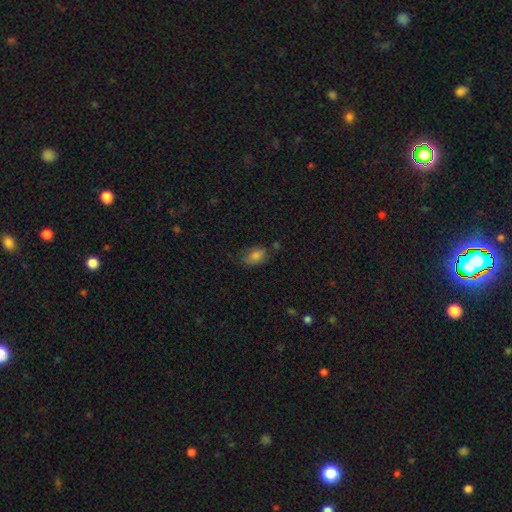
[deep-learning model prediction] Morphology: type=smooth (79%); roundness=in between (86%); merging=none (70%).